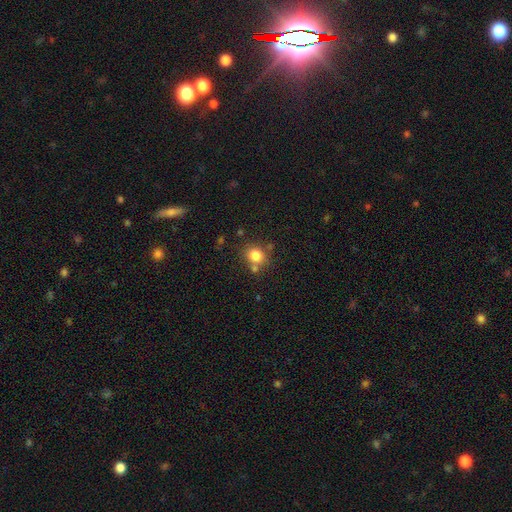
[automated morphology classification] Smooth or featured?
  - smooth: 81% *
  - star or artifact: 11%
  - featured or disk: 8%
How rounded?
  - round: 73% *
  - in between: 26%
  - cigar-shaped: 1%
Merging?
  - none: 69% *
  - merger: 15%
  - minor disturbance: 12%
  - major disturbance: 4%